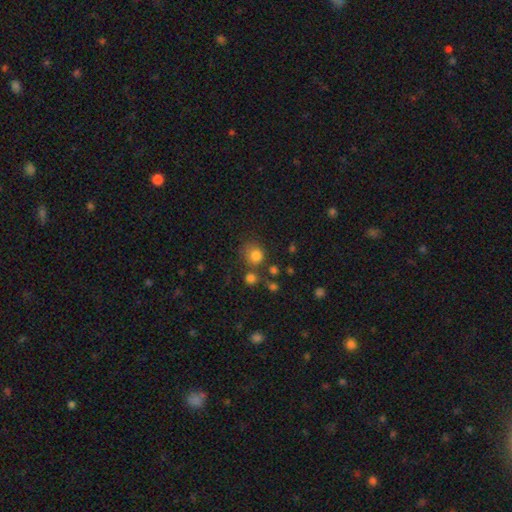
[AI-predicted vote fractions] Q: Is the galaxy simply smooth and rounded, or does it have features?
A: smooth — 80%.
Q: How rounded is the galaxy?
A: round — 84%.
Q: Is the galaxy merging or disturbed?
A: none — 62%.